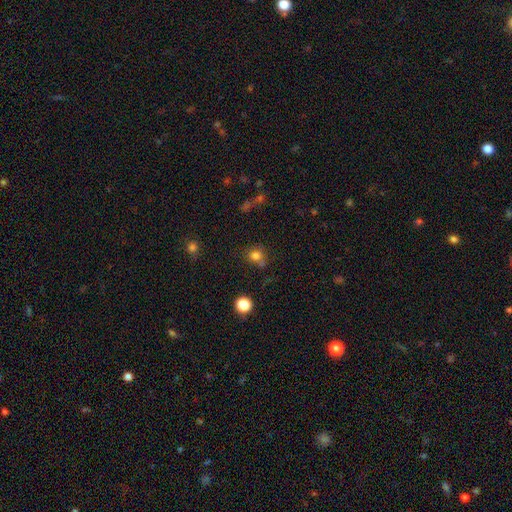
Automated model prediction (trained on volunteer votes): smooth_or_featured: smooth (p=0.78) [alt: star or artifact p=0.15]
how_rounded: round (p=0.79) [alt: in between p=0.20]
merging: none (p=0.63) [alt: minor disturbance p=0.16]